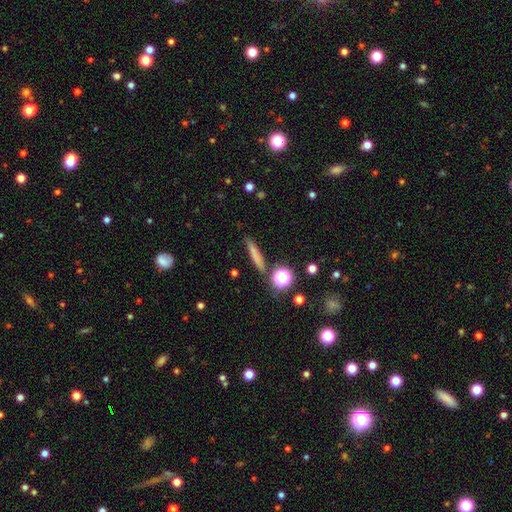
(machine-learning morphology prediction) Q: Smooth or featured?
A: smooth (70%); runner-up: featured or disk (18%)
Q: How rounded?
A: cigar-shaped (84%); runner-up: in between (8%)
Q: Merging?
A: none (83%); runner-up: minor disturbance (10%)